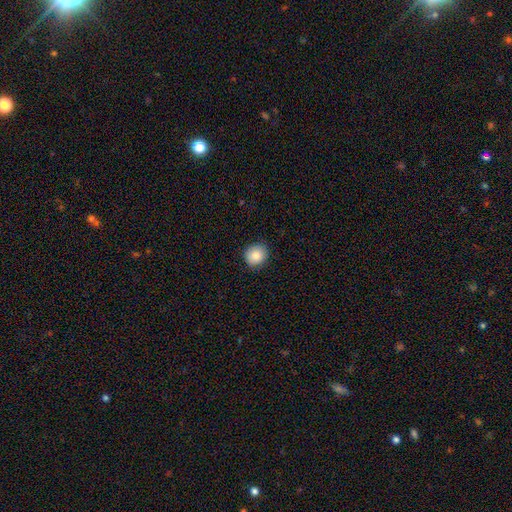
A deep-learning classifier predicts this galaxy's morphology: Overall: smooth (84%). How rounded: round (83%). Merging: none (86%).